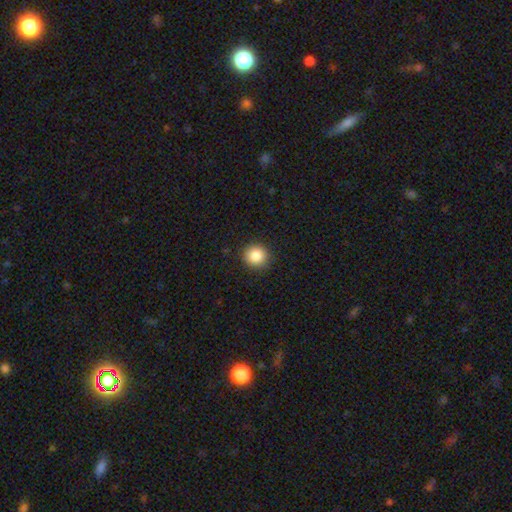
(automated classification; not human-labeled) The model was most divided on "smooth or featured": smooth: 86%, star or artifact: 9%, featured or disk: 5%. More confident: how rounded — round (92%); merging — none (91%).